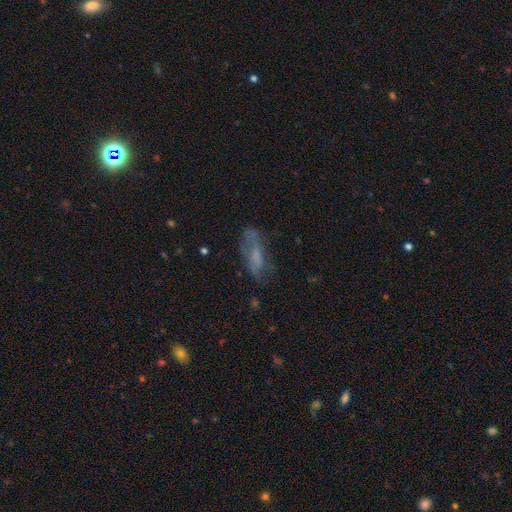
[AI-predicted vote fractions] A smooth galaxy with no disk features (46%). Merging: none (54%).